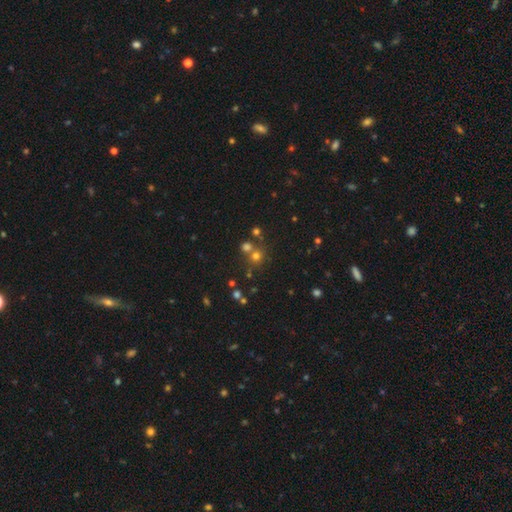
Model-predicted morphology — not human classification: Overall: smooth (52%; star or artifact 37%). How rounded: round (88%). Merging: none (61%; merger 27%).